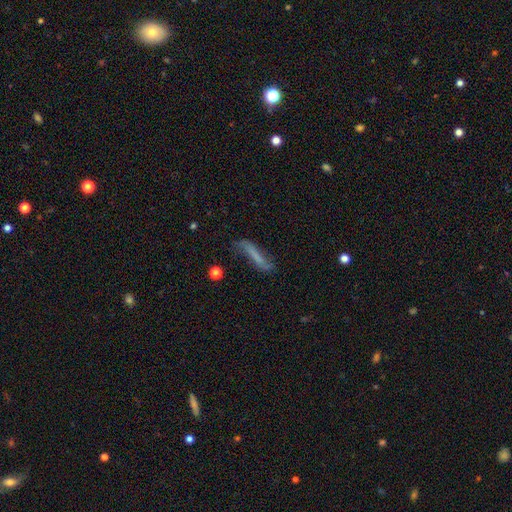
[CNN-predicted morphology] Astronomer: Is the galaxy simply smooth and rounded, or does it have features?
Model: smooth — 45% (runner-up: featured or disk, 44%).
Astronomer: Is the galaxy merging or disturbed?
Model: none — 53%.